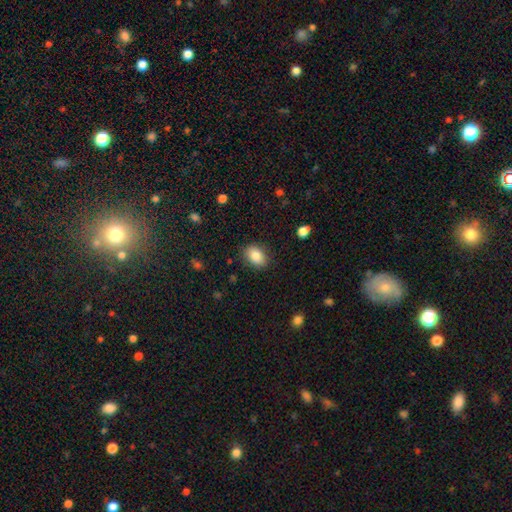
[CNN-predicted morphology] Smooth or featured: smooth — 85% (star or artifact — 8%)
How rounded: in between — 74% (round — 25%)
Merging: none — 85% (minor disturbance — 11%)